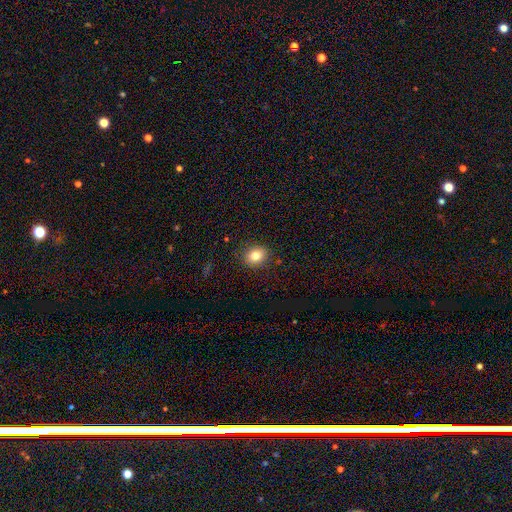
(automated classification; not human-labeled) The model was most divided on "how rounded": round: 65%, in between: 34%, cigar-shaped: 1%. More confident: merging — none (89%); smooth or featured — smooth (81%).